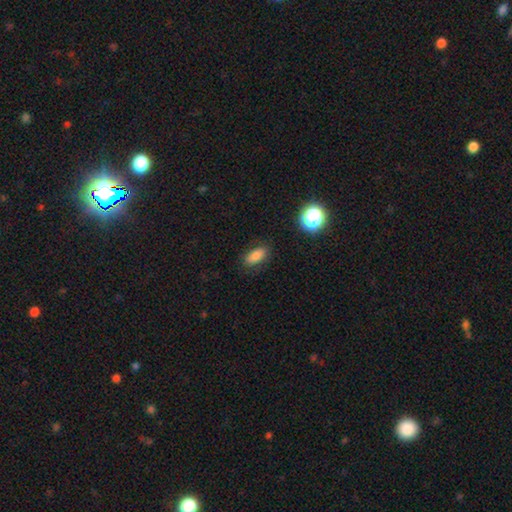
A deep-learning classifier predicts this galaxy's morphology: A smooth galaxy with no disk features (82%) that is in between round and cigar-shaped (85%). Merging: none (84%).